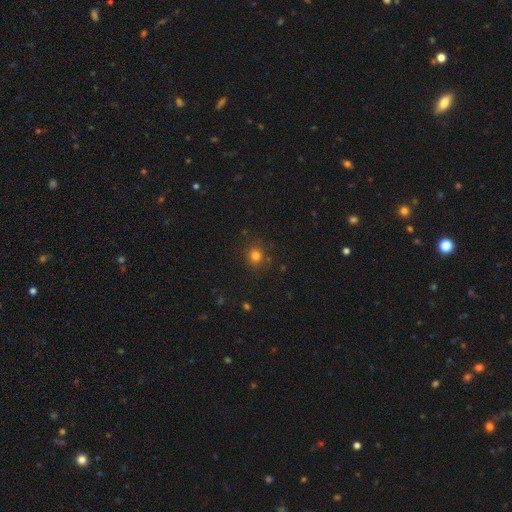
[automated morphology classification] This is likely a smooth galaxy (78%). How rounded: clearly round (86%). Merging: clearly none (85%).